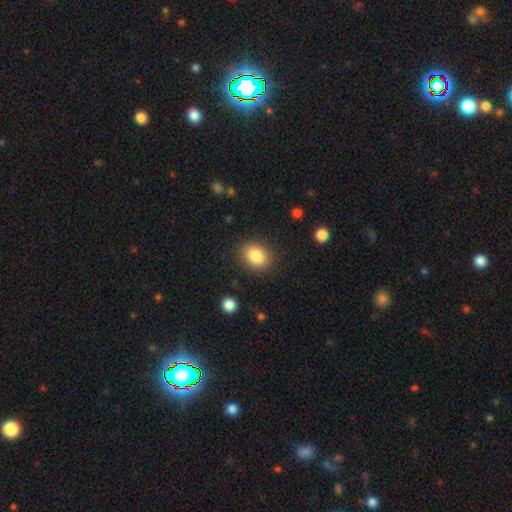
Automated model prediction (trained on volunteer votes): smooth 86%, star or artifact 8%, featured or disk 6%. Down the decision tree: how rounded — in between (61%); merging — none (86%).